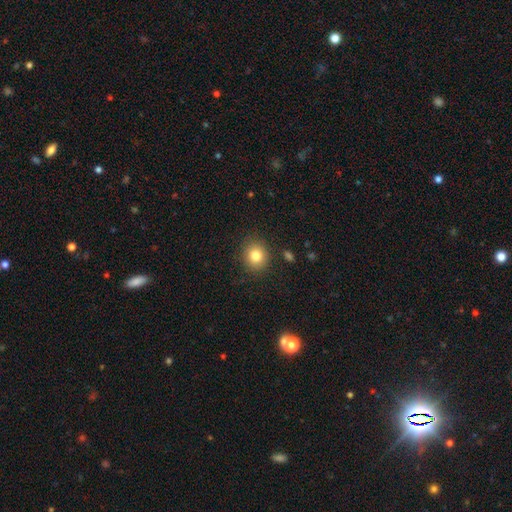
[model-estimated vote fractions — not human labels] The model was most divided on "how rounded": round: 82%, in between: 17%, cigar-shaped: 1%. More confident: merging — none (87%); smooth or featured — smooth (81%).